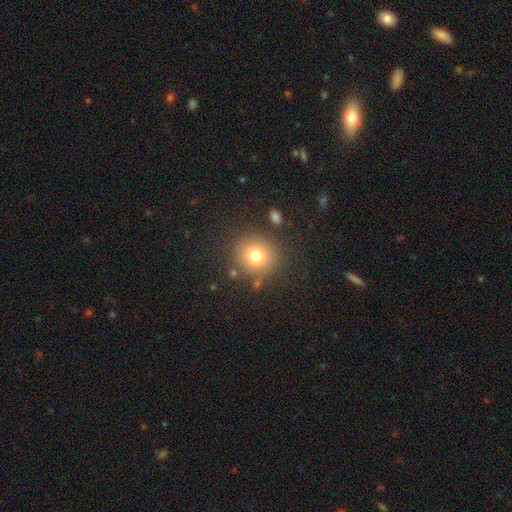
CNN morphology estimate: smooth 76%, star or artifact 13%, featured or disk 11%. Down the decision tree: how rounded — round (89%); merging — none (83%).